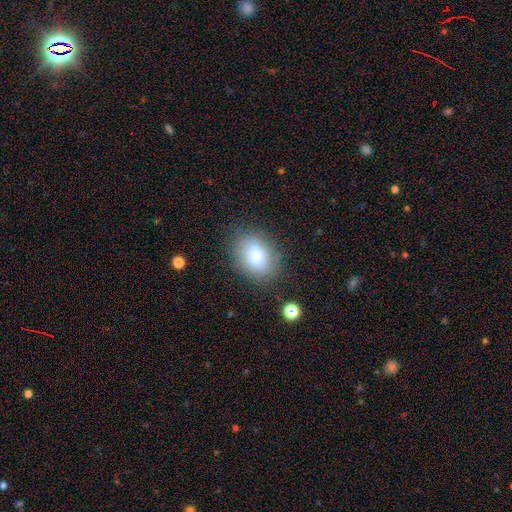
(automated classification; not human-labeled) smooth 78%, featured or disk 13%, star or artifact 9%. Down the decision tree: how rounded — in between (71%); merging — none (79%).